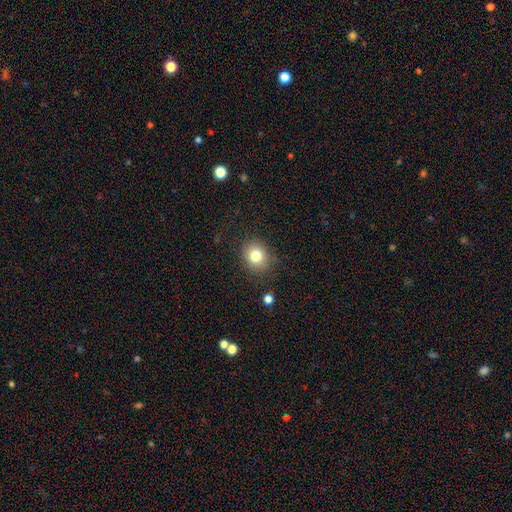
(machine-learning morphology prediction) This is likely a smooth galaxy (79%). How rounded: likely round (75%). Merging: clearly none (83%).